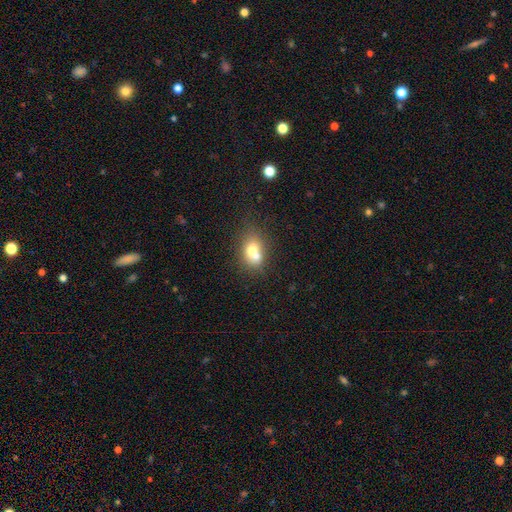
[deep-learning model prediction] smooth 66%, featured or disk 24%, star or artifact 10%. Down the decision tree: how rounded — in between (52%); merging — merger (62%).